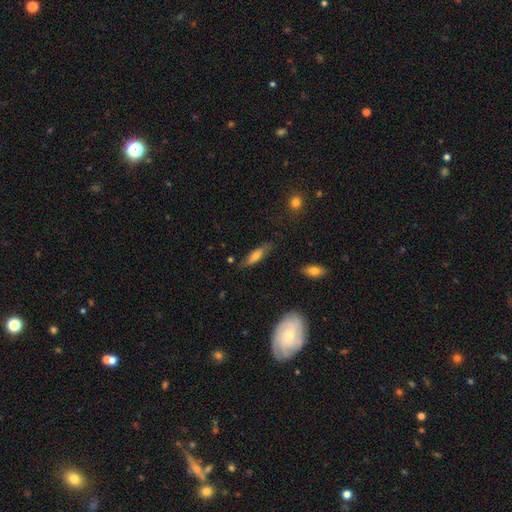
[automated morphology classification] A smooth galaxy with no disk features (57%) that is cigar-shaped (64%). Merging: none (78%).